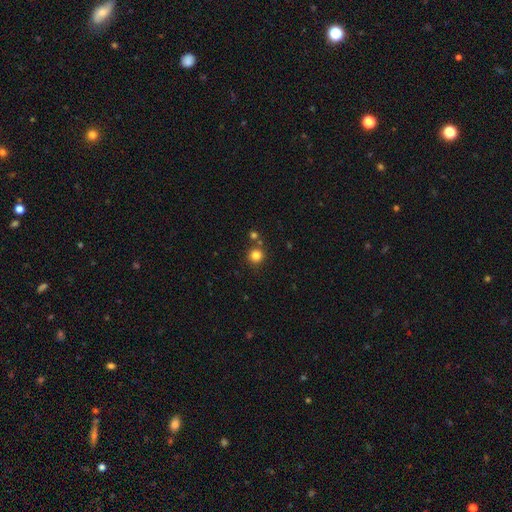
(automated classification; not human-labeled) Overall: smooth (82%). How rounded: round (93%). Merging: none (79%).